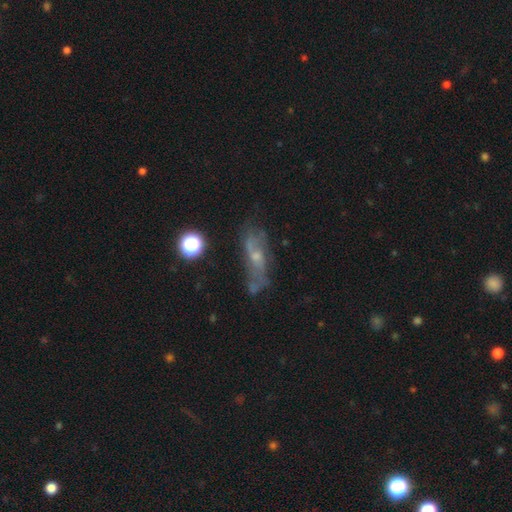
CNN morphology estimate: type=featured or disk (59%); edge-on=no (80%); merging=none (53%).